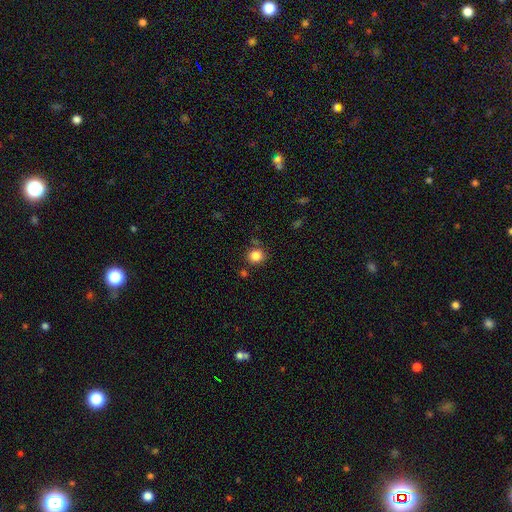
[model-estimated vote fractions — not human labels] Smooth or featured?
  - smooth: 85% *
  - star or artifact: 11%
  - featured or disk: 4%
How rounded?
  - round: 87% *
  - in between: 12%
  - cigar-shaped: 1%
Merging?
  - none: 82% *
  - minor disturbance: 10%
  - merger: 6%
  - major disturbance: 3%